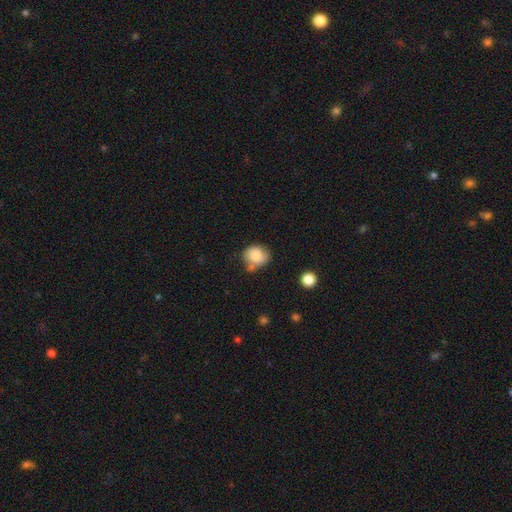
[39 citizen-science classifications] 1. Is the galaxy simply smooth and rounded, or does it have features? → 82% smooth, 15% featured or disk, 3% star or artifact.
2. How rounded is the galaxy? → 69% round, 31% in between, 0% cigar-shaped.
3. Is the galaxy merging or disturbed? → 53% none, 24% minor disturbance, 18% merger, 5% major disturbance.